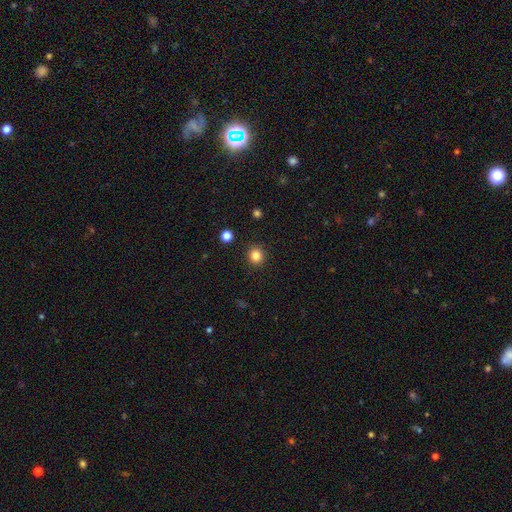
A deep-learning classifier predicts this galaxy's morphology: A smooth galaxy with no disk features (83%) that is round (90%).

Vote fractions:
- Smooth or featured? smooth: 83% / star or artifact: 12% / featured or disk: 4%
- How rounded? round: 90% / in between: 9% / cigar-shaped: 1%
- Merging? none: 91% / minor disturbance: 5% / major disturbance: 2% / merger: 1%